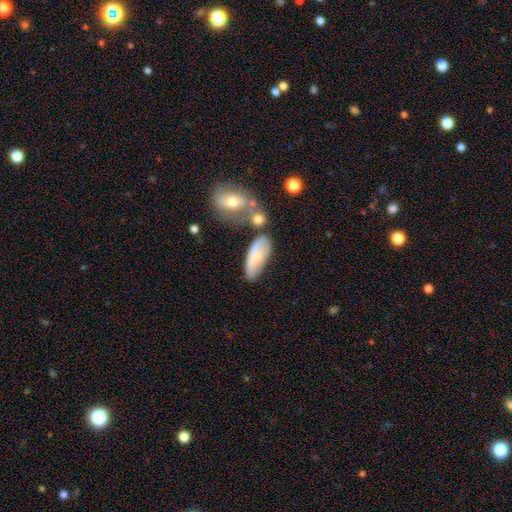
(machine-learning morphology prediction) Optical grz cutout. It shows a smooth galaxy with no disk features (65%) that is in between round and cigar-shaped (82%). Merging: none (42%).